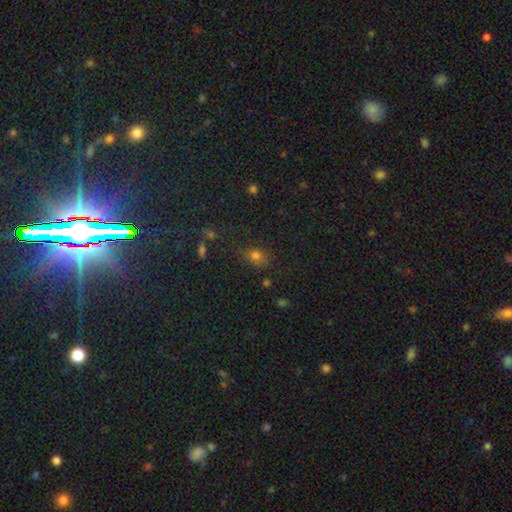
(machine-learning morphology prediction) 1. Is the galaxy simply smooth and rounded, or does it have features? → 68% smooth, 24% star or artifact, 8% featured or disk.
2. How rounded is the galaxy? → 52% in between, 46% round, 2% cigar-shaped.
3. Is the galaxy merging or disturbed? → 69% none, 20% minor disturbance, 7% major disturbance, 4% merger.